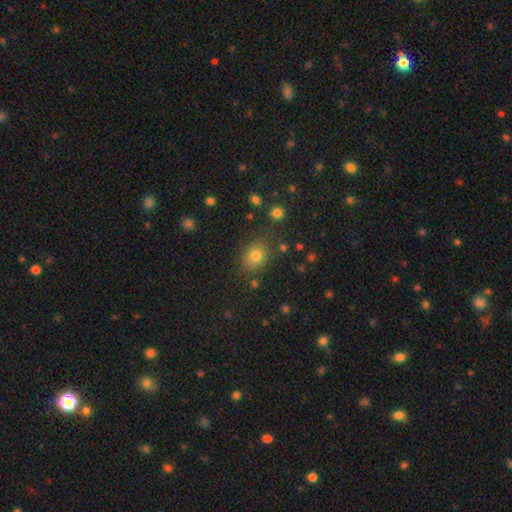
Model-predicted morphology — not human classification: Q: Smooth or featured?
A: smooth (76%); runner-up: star or artifact (16%)
Q: How rounded?
A: round (58%); runner-up: in between (41%)
Q: Merging?
A: none (80%); runner-up: minor disturbance (12%)